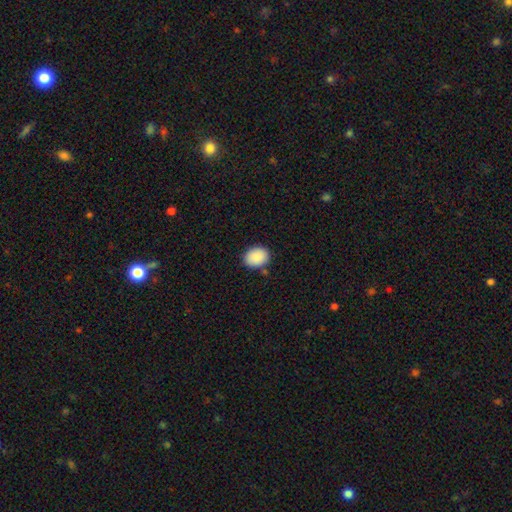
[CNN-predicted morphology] Overall: smooth (89%). How rounded: in between (59%; round 40%). Merging: none (80%).